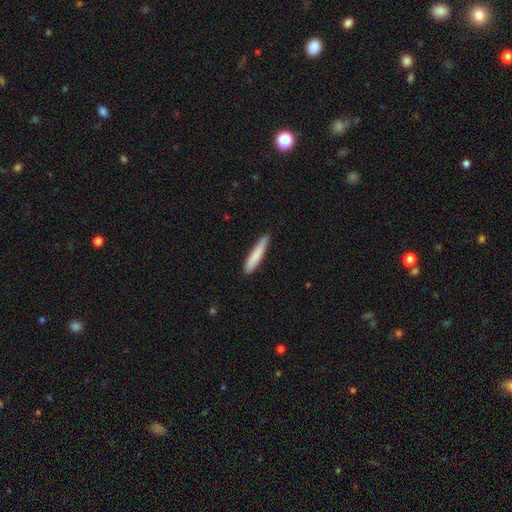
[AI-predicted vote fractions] Smooth or featured: smooth — 82% (featured or disk — 13%)
How rounded: cigar-shaped — 92% (in between — 7%)
Merging: none — 85% (minor disturbance — 12%)